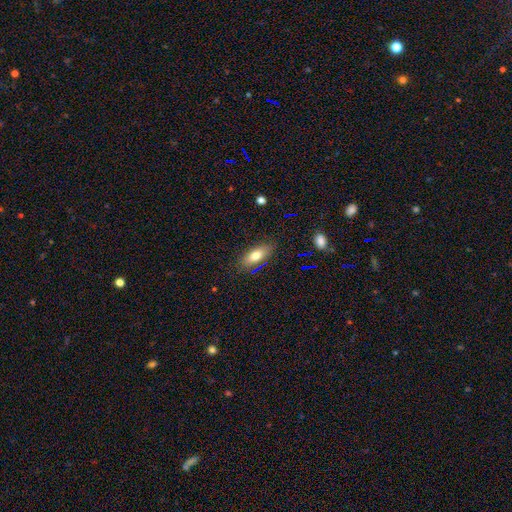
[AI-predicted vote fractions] The model was most divided on "smooth or featured": smooth: 73%, featured or disk: 18%, star or artifact: 9%. More confident: merging — none (83%); how rounded — in between (76%).